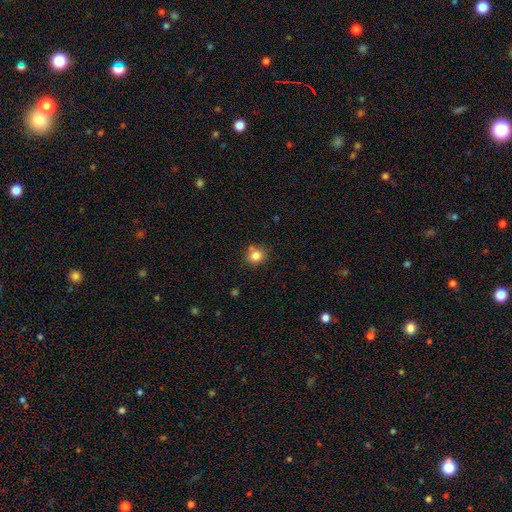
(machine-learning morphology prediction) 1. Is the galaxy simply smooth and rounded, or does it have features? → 82% smooth, 11% star or artifact, 7% featured or disk.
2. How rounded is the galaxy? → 85% round, 14% in between, 1% cigar-shaped.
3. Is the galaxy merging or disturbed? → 74% none, 13% minor disturbance, 9% merger, 3% major disturbance.